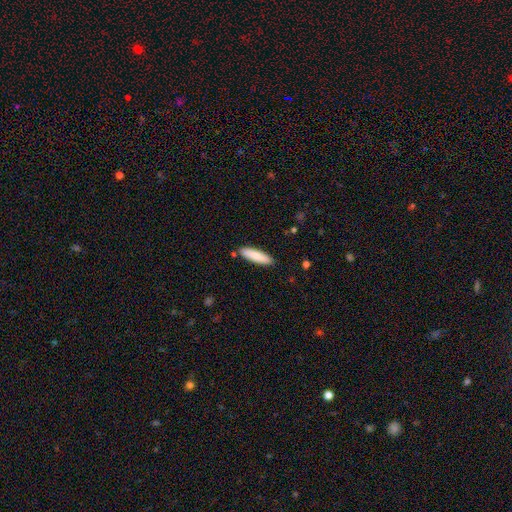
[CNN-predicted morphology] This appears to be a smooth galaxy with no disk features (84%) that is cigar-shaped (70%). Merging: none (88%).